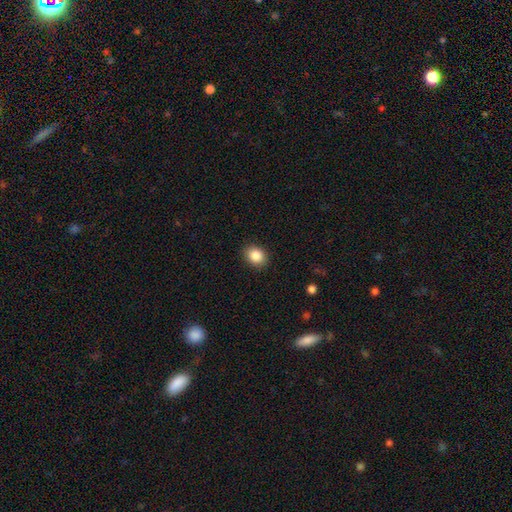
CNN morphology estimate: Smooth or featured: smooth — 86% (star or artifact — 9%)
How rounded: round — 52% (in between — 47%)
Merging: none — 90% (minor disturbance — 7%)